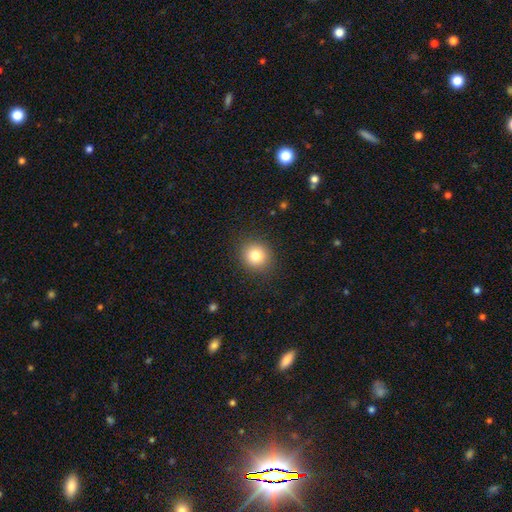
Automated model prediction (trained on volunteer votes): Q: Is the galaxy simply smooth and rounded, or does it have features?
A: smooth — 80%.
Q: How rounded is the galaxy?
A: round — 88%.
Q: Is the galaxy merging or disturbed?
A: none — 90%.